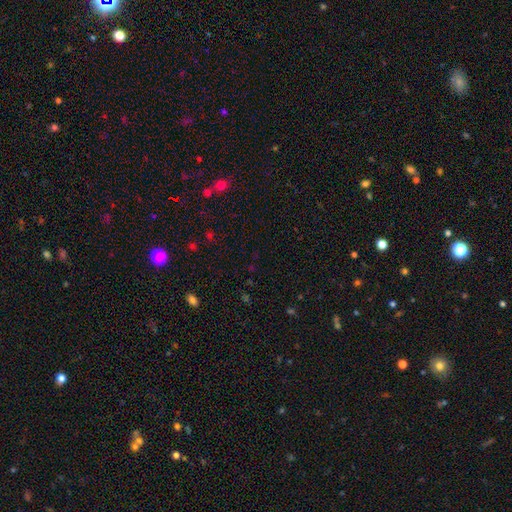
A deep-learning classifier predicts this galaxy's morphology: This appears to be a star or artifact, not a galaxy (61%).